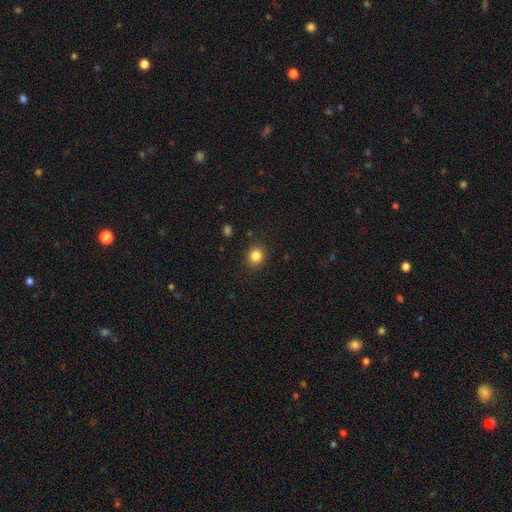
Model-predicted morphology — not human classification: smooth_or_featured: smooth (p=0.84) [alt: star or artifact p=0.11]
how_rounded: round (p=0.79) [alt: in between p=0.20]
merging: none (p=0.88) [alt: minor disturbance p=0.08]